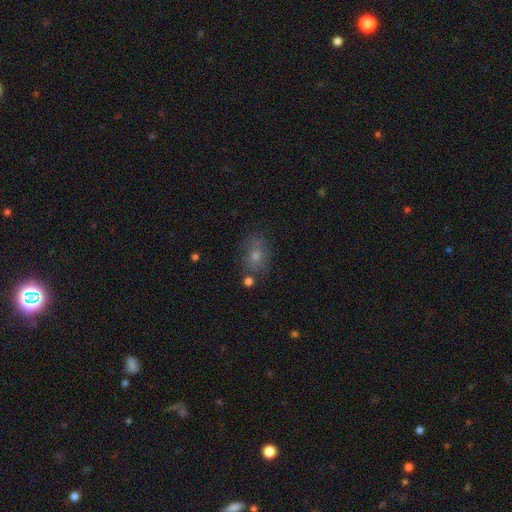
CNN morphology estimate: The model was most divided on "how rounded": in between: 61%, round: 37%, cigar-shaped: 2%. More confident: merging — none (74%); smooth or featured — smooth (58%).